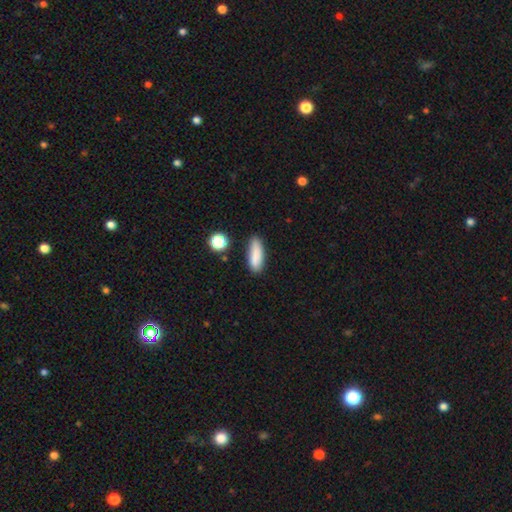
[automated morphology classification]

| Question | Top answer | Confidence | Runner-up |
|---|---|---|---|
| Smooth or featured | smooth | 84% | star or artifact (8%) |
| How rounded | in between | 51% | cigar-shaped (47%) |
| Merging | none | 78% | minor disturbance (15%) |